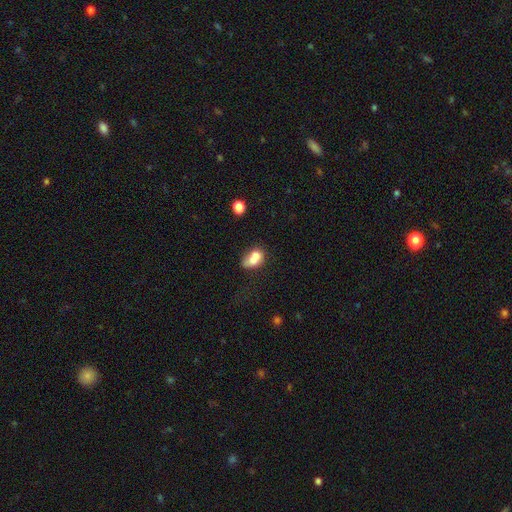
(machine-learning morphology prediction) A smooth galaxy with no disk features (69%) that is in between round and cigar-shaped (75%).

Vote fractions:
- Smooth or featured? smooth: 69% / featured or disk: 21% / star or artifact: 10%
- How rounded? in between: 75% / round: 22% / cigar-shaped: 3%
- Merging? merger: 53% / none: 24% / minor disturbance: 14% / major disturbance: 9%